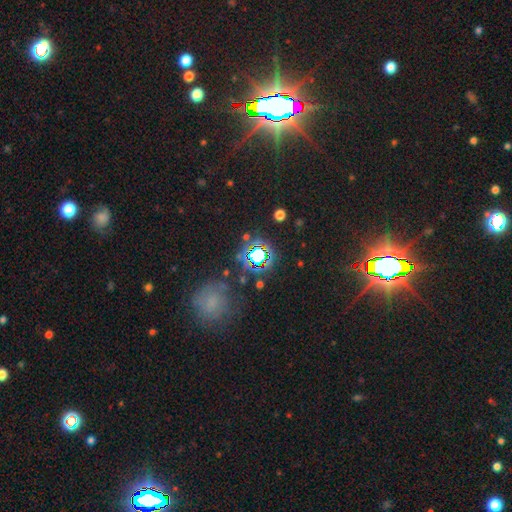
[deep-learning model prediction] Smooth or featured?
  - star or artifact: 65% *
  - smooth: 24%
  - featured or disk: 11%